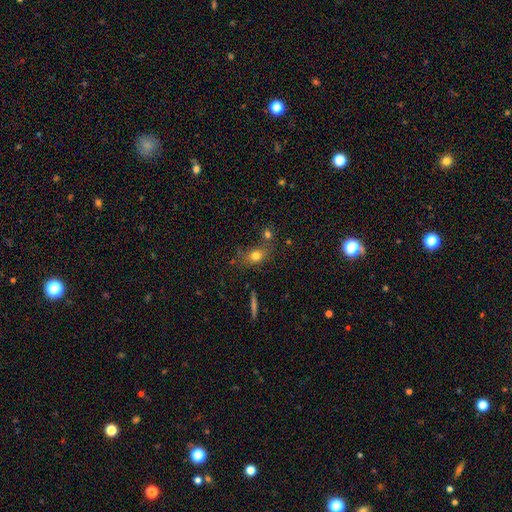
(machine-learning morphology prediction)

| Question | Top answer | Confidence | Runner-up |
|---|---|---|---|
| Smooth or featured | smooth | 76% | star or artifact (12%) |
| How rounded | in between | 58% | round (37%) |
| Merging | none | 63% | minor disturbance (17%) |